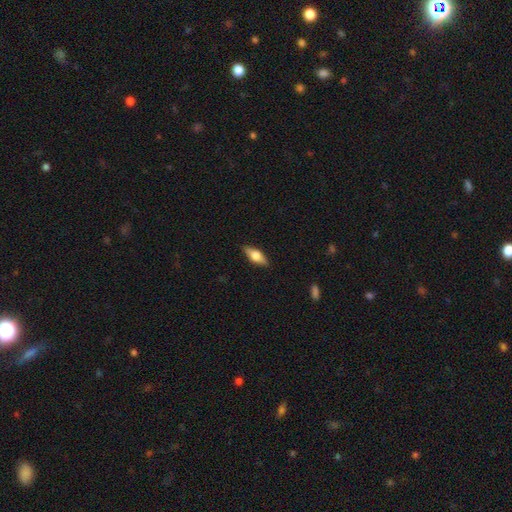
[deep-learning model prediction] Morphology: type=smooth (52%); roundness=in between (67%); merging=none (88%).